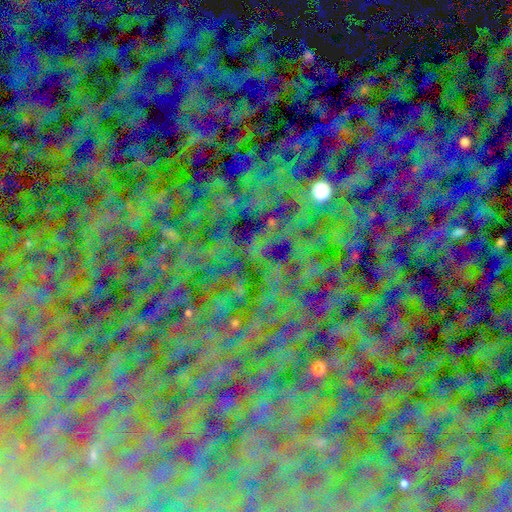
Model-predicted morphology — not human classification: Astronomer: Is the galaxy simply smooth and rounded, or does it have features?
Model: star or artifact — 82%.